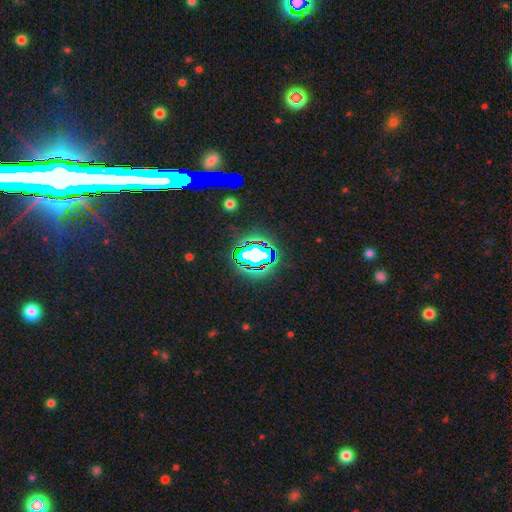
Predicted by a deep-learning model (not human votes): This appears to be a star or artifact, not a galaxy (65%).